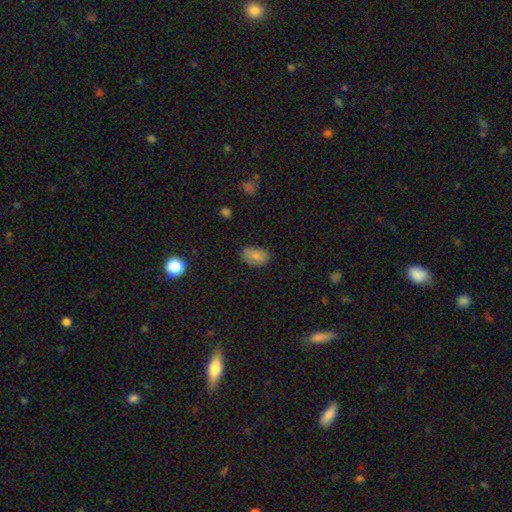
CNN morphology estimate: Q: Smooth or featured?
A: smooth (79%); runner-up: featured or disk (11%)
Q: How rounded?
A: in between (90%); runner-up: round (9%)
Q: Merging?
A: none (73%); runner-up: minor disturbance (22%)